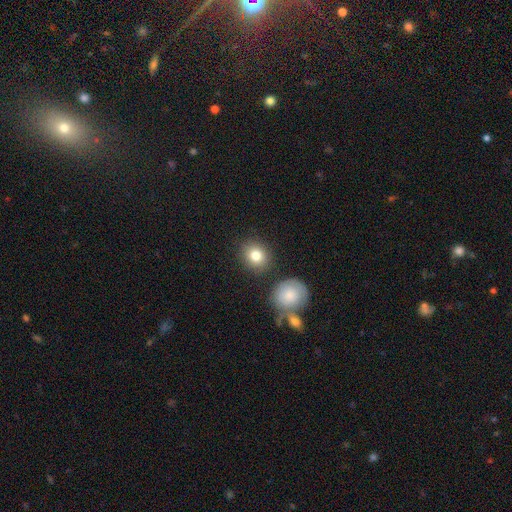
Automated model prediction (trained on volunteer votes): Morphology: type=smooth (82%); roundness=round (78%); merging=none (82%).